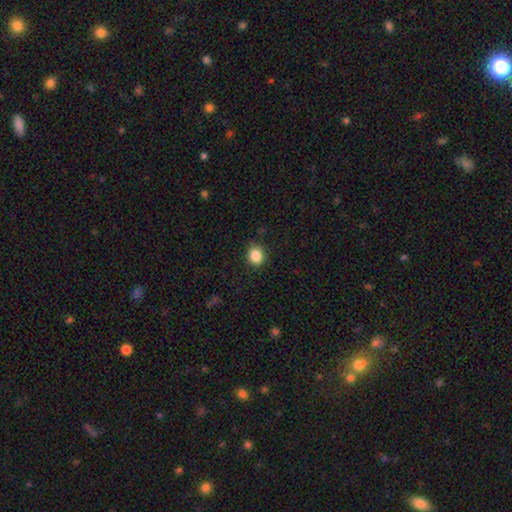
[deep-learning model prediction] Smooth or featured?
  - smooth: 86% *
  - star or artifact: 10%
  - featured or disk: 4%
How rounded?
  - round: 76% *
  - in between: 23%
  - cigar-shaped: 1%
Merging?
  - none: 86% *
  - minor disturbance: 11%
  - major disturbance: 3%
  - merger: 1%